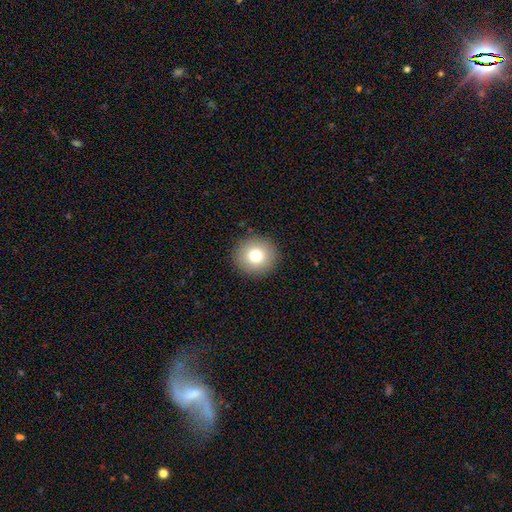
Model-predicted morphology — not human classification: This appears to be a smooth galaxy with no disk features (78%) that is round (94%). Merging: none (91%).